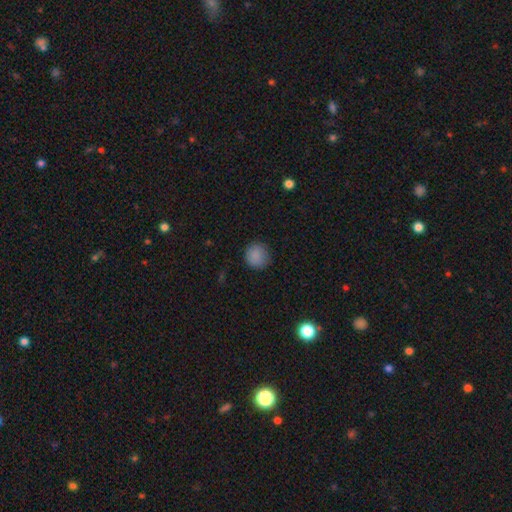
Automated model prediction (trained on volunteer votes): A smooth galaxy with no disk features (87%) that is round (90%). Merging: none (84%).